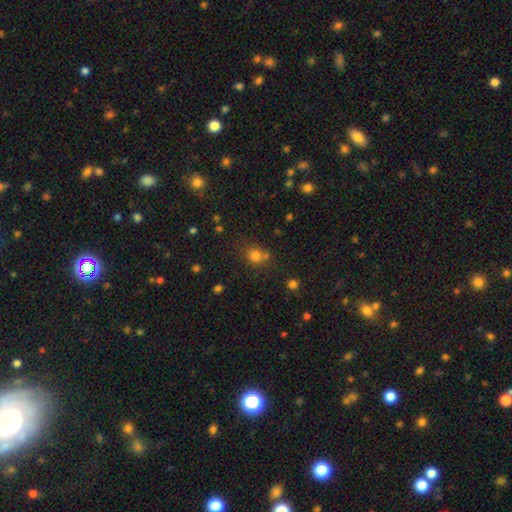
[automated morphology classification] This appears to be a smooth galaxy with no disk features (76%) that is round (82%). Merging: none (65%).